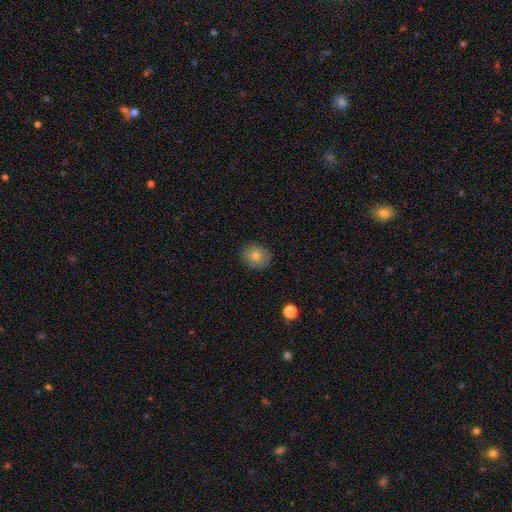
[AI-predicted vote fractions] Smooth or featured? Predicted: smooth (p=0.75). How rounded? Predicted: round (p=0.80). Merging? Predicted: none (p=0.89).